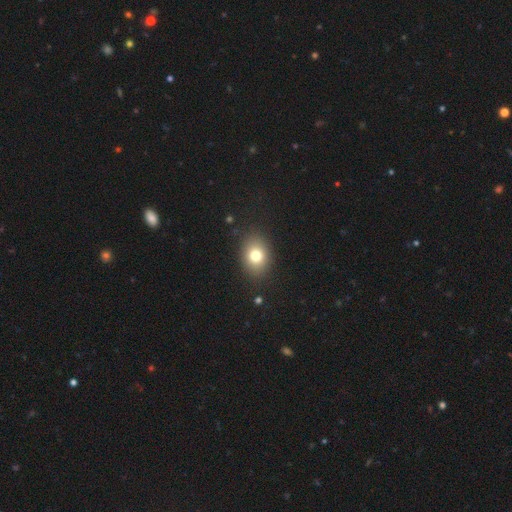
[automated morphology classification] Q: Smooth or featured?
A: smooth (79%); runner-up: star or artifact (11%)
Q: How rounded?
A: in between (59%); runner-up: round (40%)
Q: Merging?
A: none (87%); runner-up: minor disturbance (9%)